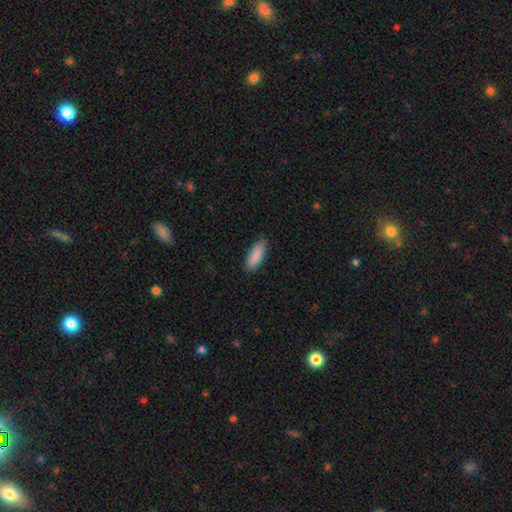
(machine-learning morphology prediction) Smooth or featured: smooth — 90% (star or artifact — 6%)
How rounded: in between — 65% (cigar-shaped — 33%)
Merging: none — 86% (minor disturbance — 11%)